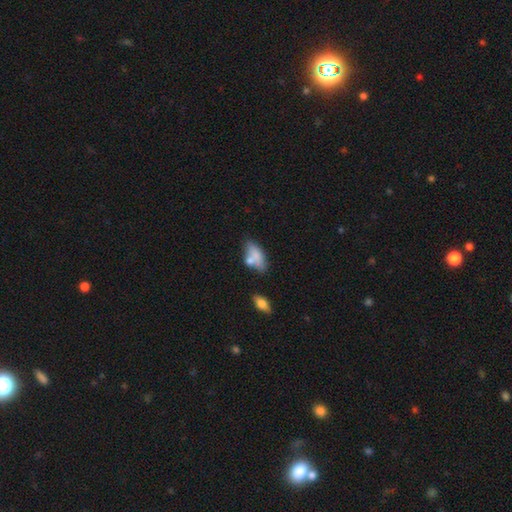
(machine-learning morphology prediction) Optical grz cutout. It shows a smooth galaxy with no disk features (72%) that is in between round and cigar-shaped (85%). Merging: none (48%).